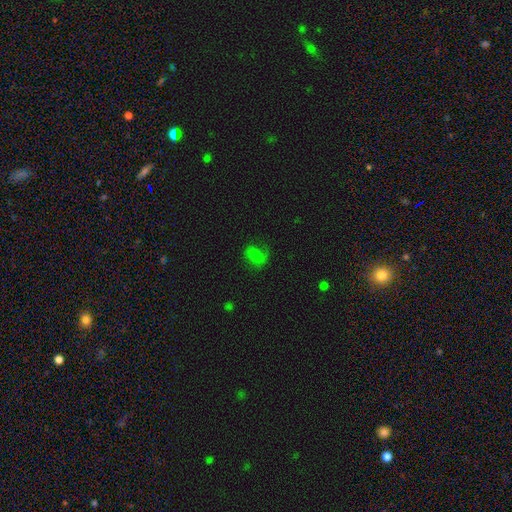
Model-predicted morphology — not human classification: type=smooth (58%); roundness=in between (66%); merging=none (55%).